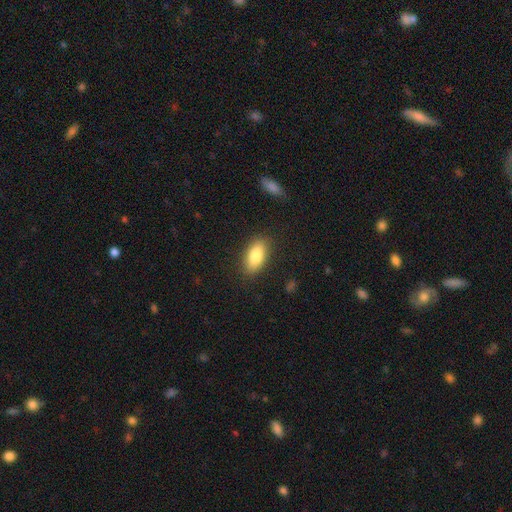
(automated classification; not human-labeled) Smooth or featured?
  - smooth: 83% *
  - featured or disk: 10%
  - star or artifact: 7%
How rounded?
  - in between: 87% *
  - cigar-shaped: 9%
  - round: 4%
Merging?
  - none: 86% *
  - minor disturbance: 10%
  - major disturbance: 3%
  - merger: 1%